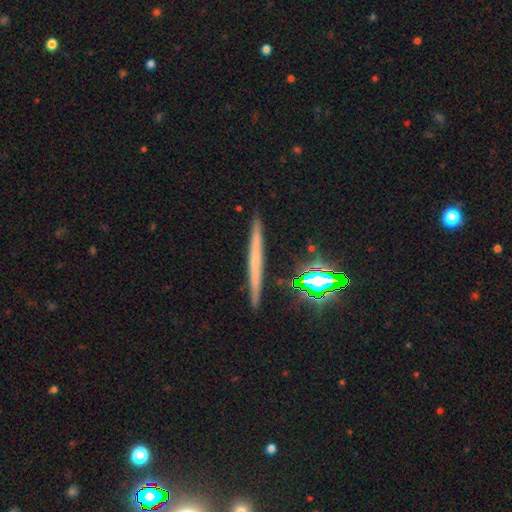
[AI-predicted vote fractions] A featured or disk galaxy (48%). Merging: none (90%).